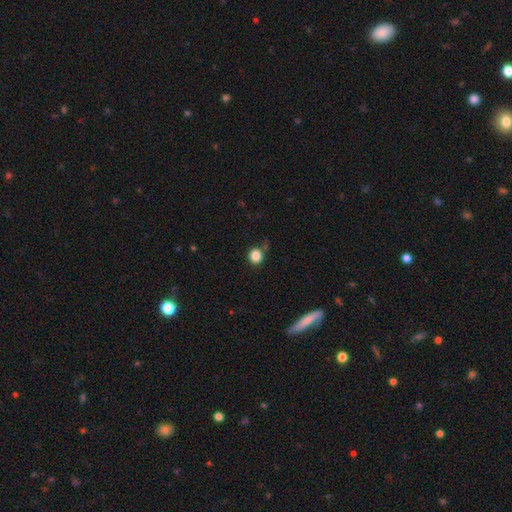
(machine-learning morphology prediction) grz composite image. It shows a smooth galaxy with no disk features (85%) that is round (85%). Merging: none (72%).